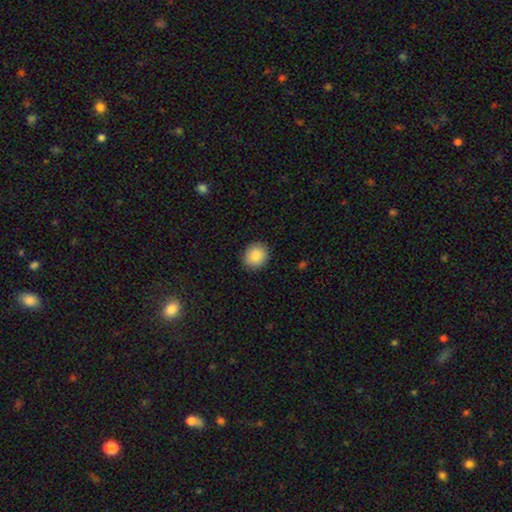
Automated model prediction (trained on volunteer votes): smooth-or-featured: smooth: 88% | star or artifact: 8% | featured or disk: 4%
  how-rounded: round: 78% | in between: 21% | cigar-shaped: 1%
  merging: none: 89% | minor disturbance: 8% | major disturbance: 2% | merger: 1%